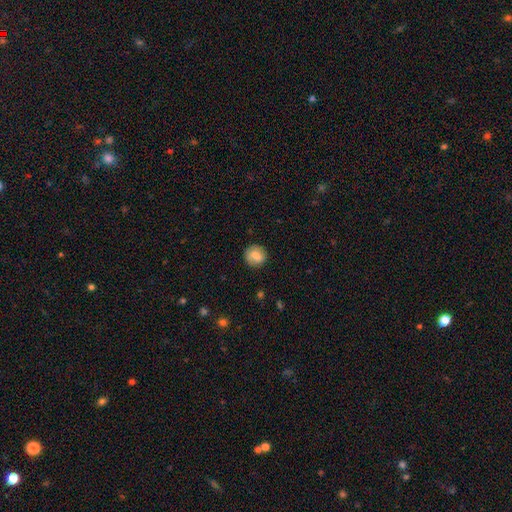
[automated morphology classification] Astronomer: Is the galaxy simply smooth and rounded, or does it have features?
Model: smooth — 75%.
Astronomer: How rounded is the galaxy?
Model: round — 86%.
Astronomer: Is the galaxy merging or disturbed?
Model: none — 84%.